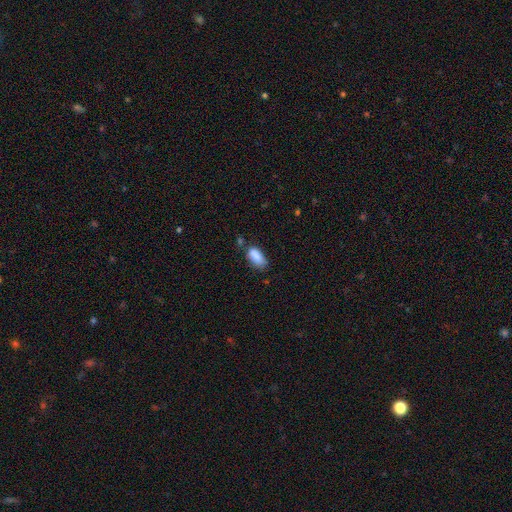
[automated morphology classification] smooth-or-featured: smooth: 86% | star or artifact: 8% | featured or disk: 6%
  how-rounded: in between: 91% | cigar-shaped: 6% | round: 3%
  merging: none: 57% | minor disturbance: 29% | merger: 7% | major disturbance: 6%